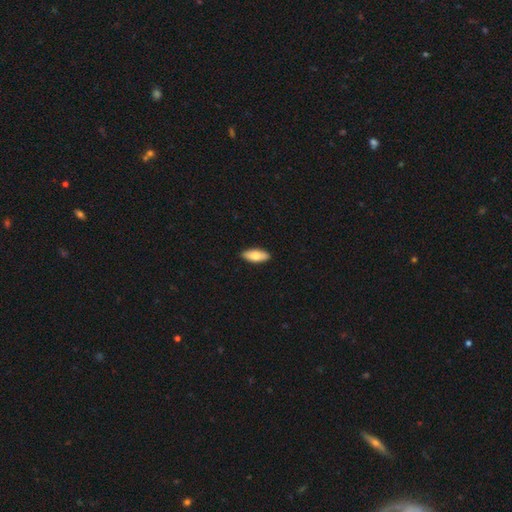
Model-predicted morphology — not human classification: Smooth or featured? smooth (76%)
How rounded? in between (82%)
Merging? none (90%)